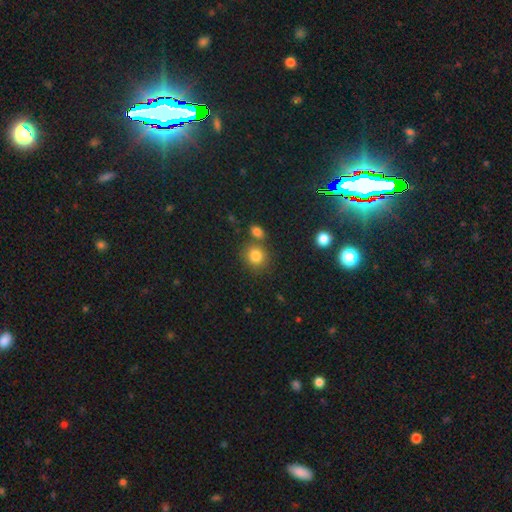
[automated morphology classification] A smooth galaxy with no disk features (81%) that is round (80%). Merging: none (67%).